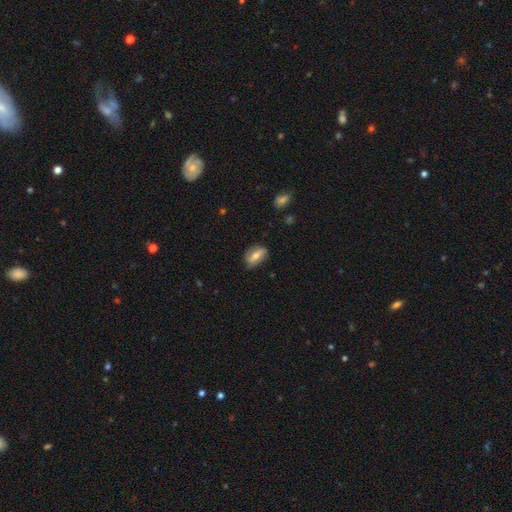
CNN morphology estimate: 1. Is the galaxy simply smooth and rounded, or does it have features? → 53% smooth, 40% featured or disk, 8% star or artifact.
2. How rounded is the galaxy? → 81% in between, 10% cigar-shaped, 9% round.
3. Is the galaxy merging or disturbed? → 75% none, 20% minor disturbance, 4% major disturbance, 1% merger.